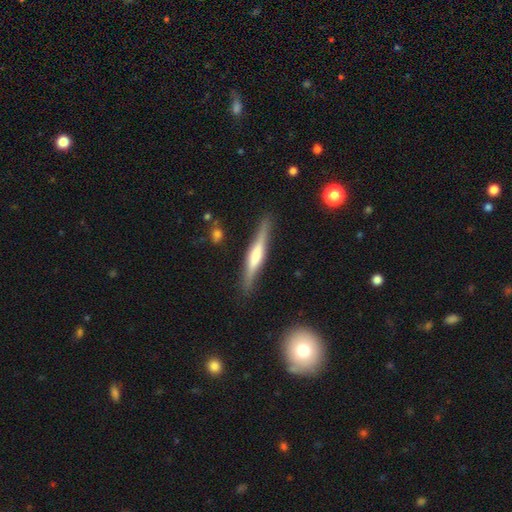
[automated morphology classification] featured or disk 64%, smooth 31%, star or artifact 5%. Down the decision tree: edge-on disk — yes (96%); edge-on bulge — rounded (53%); merging — none (86%).